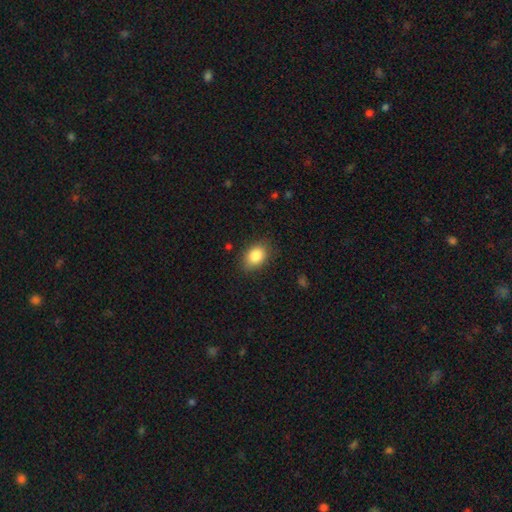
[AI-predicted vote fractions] Smooth or featured? Predicted: smooth (p=0.85). How rounded? Predicted: in between (p=0.75). Merging? Predicted: none (p=0.82).